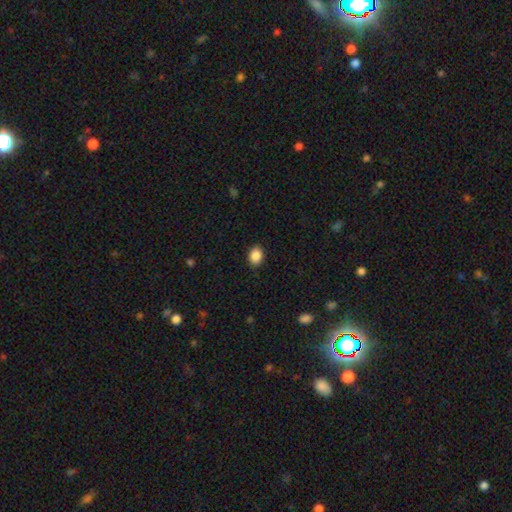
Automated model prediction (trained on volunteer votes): smooth-or-featured: smooth: 88% | star or artifact: 8% | featured or disk: 3%
  how-rounded: in between: 66% | round: 33% | cigar-shaped: 1%
  merging: none: 89% | minor disturbance: 8% | major disturbance: 2% | merger: 1%